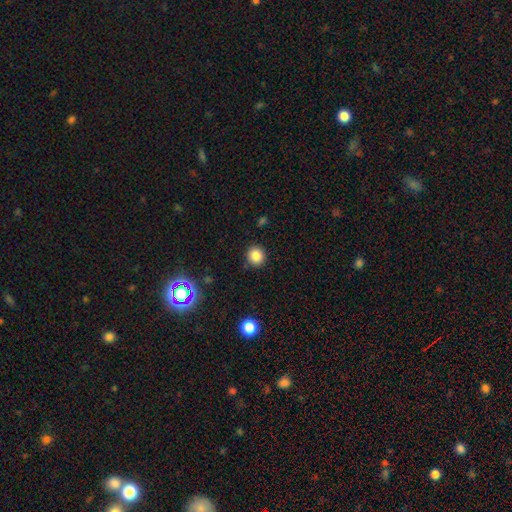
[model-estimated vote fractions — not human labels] Smooth or featured? Predicted: smooth (p=0.83). How rounded? Predicted: round (p=0.92). Merging? Predicted: none (p=0.88).